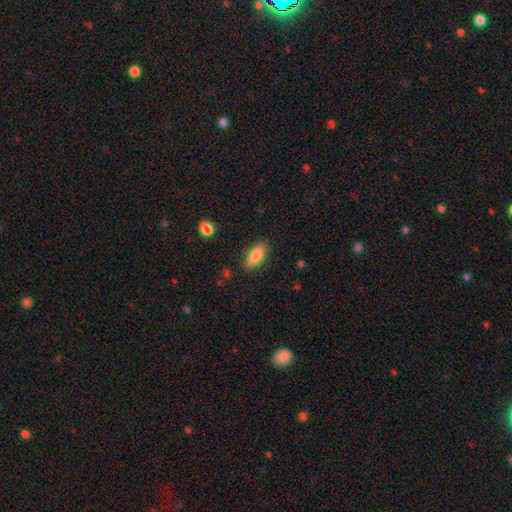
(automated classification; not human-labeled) The model was most divided on "how rounded": in between: 74%, cigar-shaped: 23%, round: 2%. More confident: merging — none (84%); smooth or featured — smooth (83%).